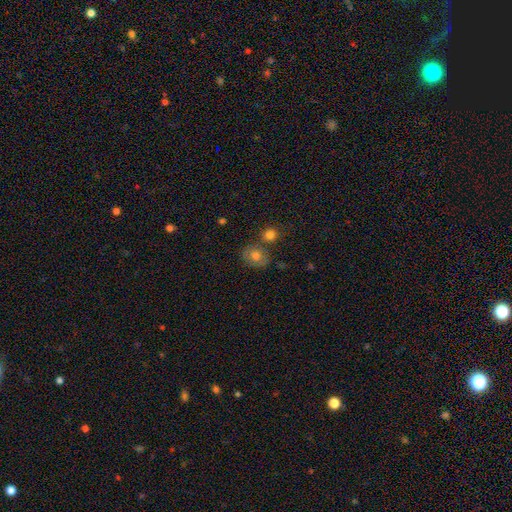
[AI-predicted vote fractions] A smooth galaxy with no disk features (70%) that is round (55%).

Vote fractions:
- Smooth or featured? smooth: 70% / featured or disk: 20% / star or artifact: 10%
- How rounded? round: 55% / in between: 44% / cigar-shaped: 1%
- Merging? none: 63% / merger: 18% / minor disturbance: 15% / major disturbance: 5%